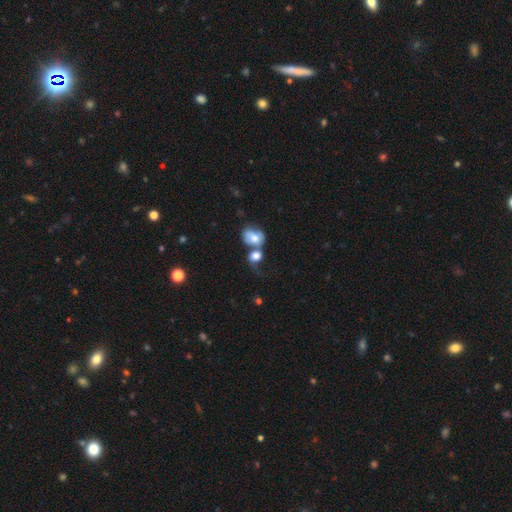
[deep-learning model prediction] Smooth or featured?
  - smooth: 68% *
  - featured or disk: 23%
  - star or artifact: 9%
How rounded?
  - round: 52% *
  - in between: 46%
  - cigar-shaped: 1%
Merging?
  - merger: 59% *
  - none: 17%
  - major disturbance: 14%
  - minor disturbance: 10%